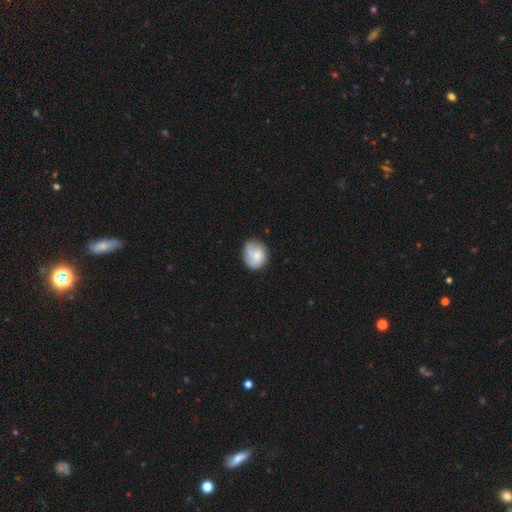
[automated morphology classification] type=smooth (56%); roundness=round (60%); merging=none (56%).